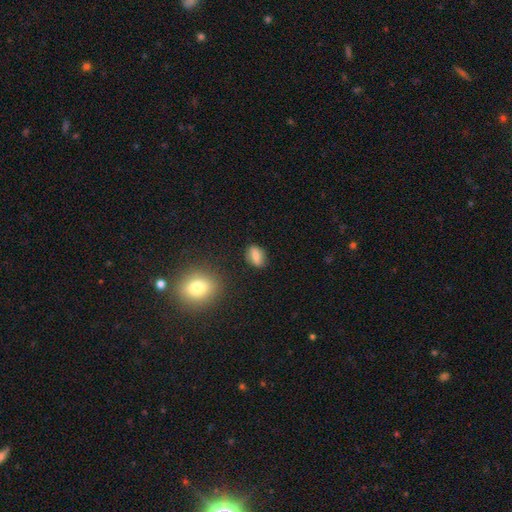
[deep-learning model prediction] Smooth or featured? Predicted: smooth (p=0.77). How rounded? Predicted: in between (p=0.82). Merging? Predicted: none (p=0.82).